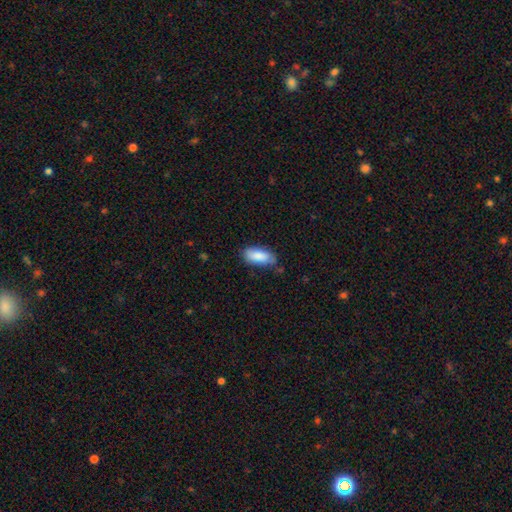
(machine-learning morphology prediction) Overall: smooth (87%). How rounded: in between (88%). Merging: none (67%).